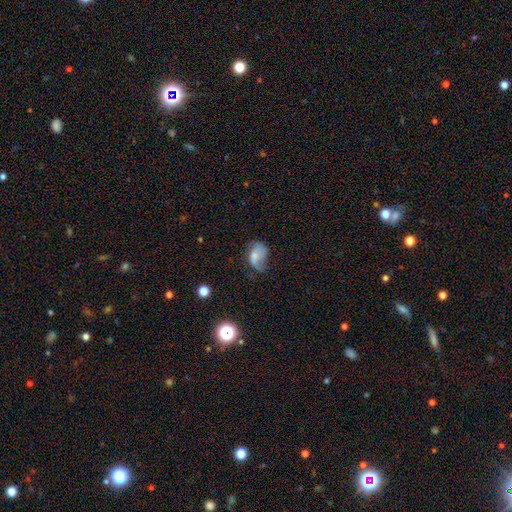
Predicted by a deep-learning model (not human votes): smooth_or_featured: smooth (p=0.48) [alt: featured or disk p=0.42]
merging: major disturbance (p=0.38) [alt: minor disturbance p=0.30]